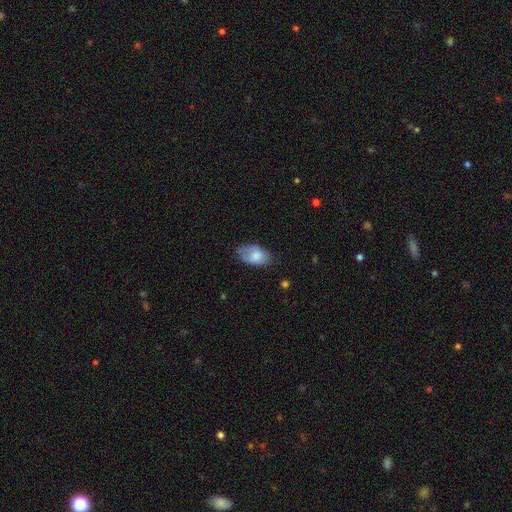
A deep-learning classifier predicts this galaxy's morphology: type=smooth (79%); roundness=in between (93%); merging=none (60%).